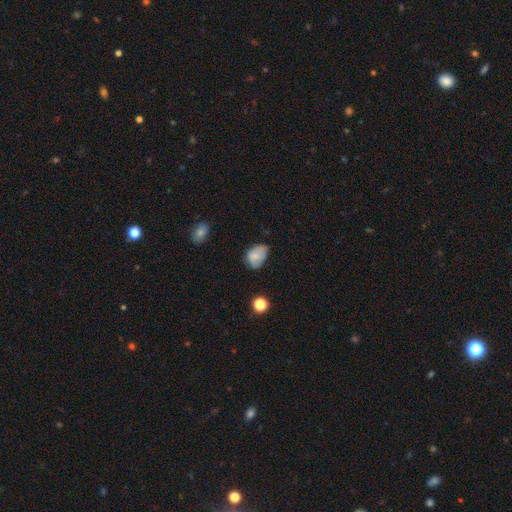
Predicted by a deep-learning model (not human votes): smooth_or_featured: smooth (p=0.78) [alt: featured or disk p=0.13]
how_rounded: in between (p=0.76) [alt: round p=0.23]
merging: none (p=0.47) [alt: minor disturbance p=0.39]